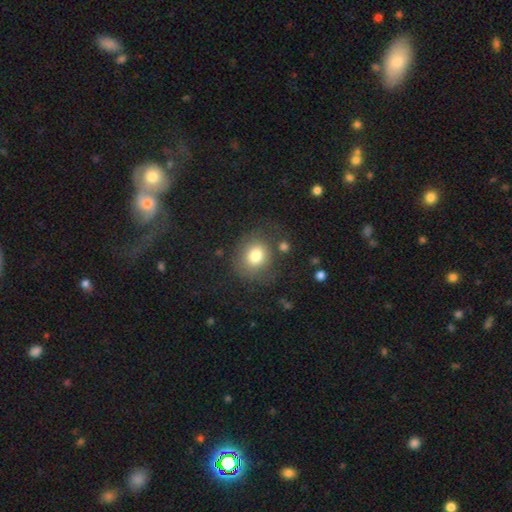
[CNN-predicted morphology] smooth 77%, featured or disk 12%, star or artifact 10%. Down the decision tree: how rounded — round (67%); merging — none (65%).